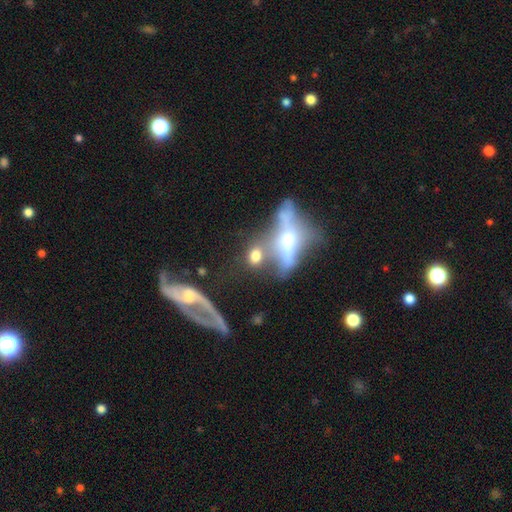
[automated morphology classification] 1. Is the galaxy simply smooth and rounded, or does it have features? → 59% smooth, 26% featured or disk, 15% star or artifact.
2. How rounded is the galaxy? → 47% round, 45% in between, 8% cigar-shaped.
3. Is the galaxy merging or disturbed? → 43% merger, 35% none, 12% major disturbance, 11% minor disturbance.